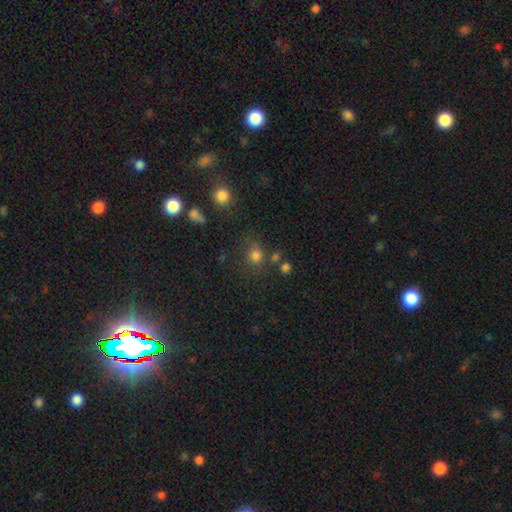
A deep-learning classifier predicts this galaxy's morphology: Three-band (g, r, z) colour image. It shows a smooth galaxy with no disk features (76%) that is round (79%). Merging: none (67%).